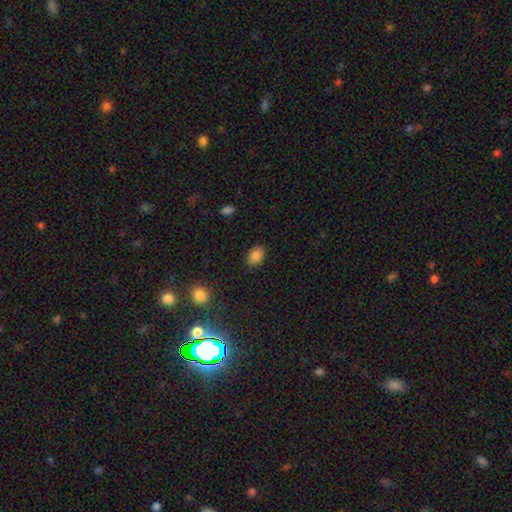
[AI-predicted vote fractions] smooth_or_featured: smooth (p=0.85) [alt: star or artifact p=0.11]
how_rounded: in between (p=0.76) [alt: round p=0.23]
merging: none (p=0.87) [alt: minor disturbance p=0.10]